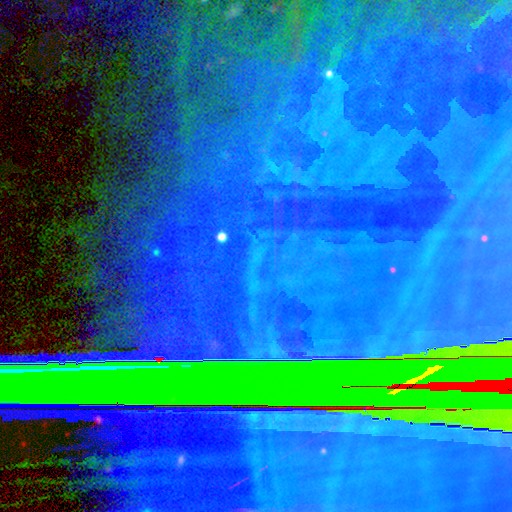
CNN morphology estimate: Overall: star or artifact (83%).